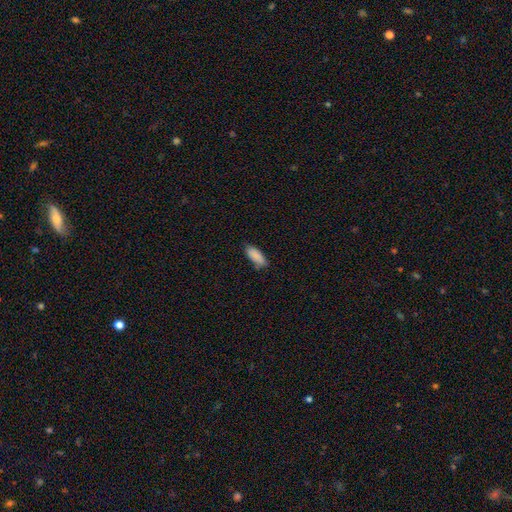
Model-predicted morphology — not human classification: smooth_or_featured: smooth (p=0.89) [alt: star or artifact p=0.07]
how_rounded: in between (p=0.74) [alt: cigar-shaped p=0.24]
merging: none (p=0.77) [alt: minor disturbance p=0.18]